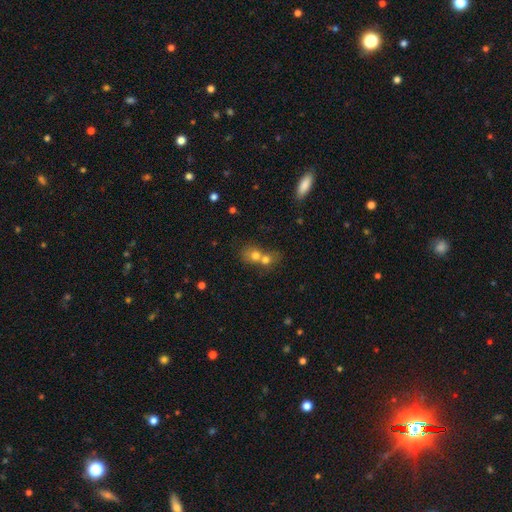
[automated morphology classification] type=smooth (69%); roundness=round (68%); merging=merger (70%).